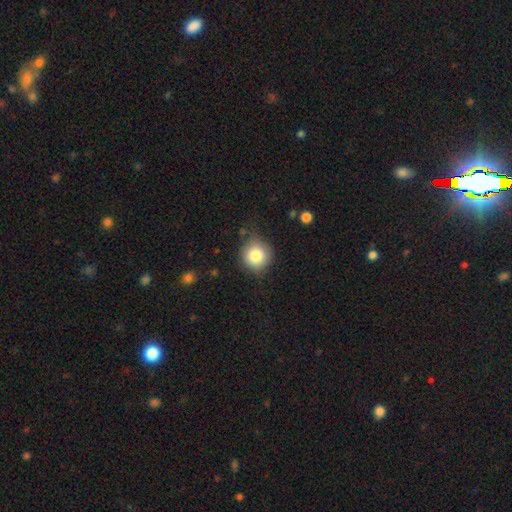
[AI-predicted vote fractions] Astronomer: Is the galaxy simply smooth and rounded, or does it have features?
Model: smooth — 83%.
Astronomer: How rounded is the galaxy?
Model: round — 89%.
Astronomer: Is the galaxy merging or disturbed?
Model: none — 77%.